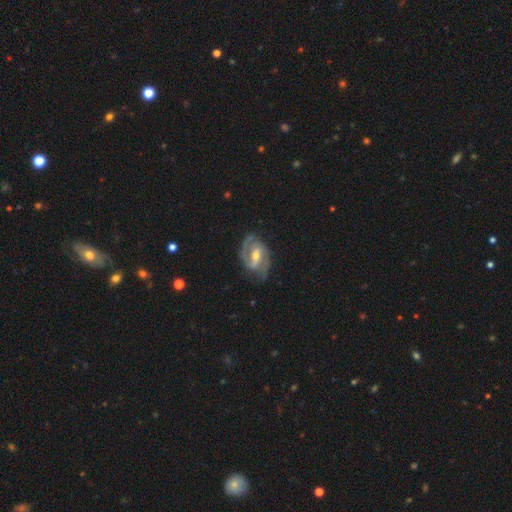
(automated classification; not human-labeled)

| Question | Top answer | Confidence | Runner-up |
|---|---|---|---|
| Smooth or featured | featured or disk | 88% | smooth (7%) |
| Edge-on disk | no | 97% | yes (3%) |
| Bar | weak | 45% | strong (38%) |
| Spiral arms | yes | 96% | no (4%) |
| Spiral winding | medium | 52% | tight (33%) |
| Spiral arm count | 2 | 88% | can't tell (4%) |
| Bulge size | moderate | 61% | small (32%) |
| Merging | none | 73% | minor disturbance (19%) |